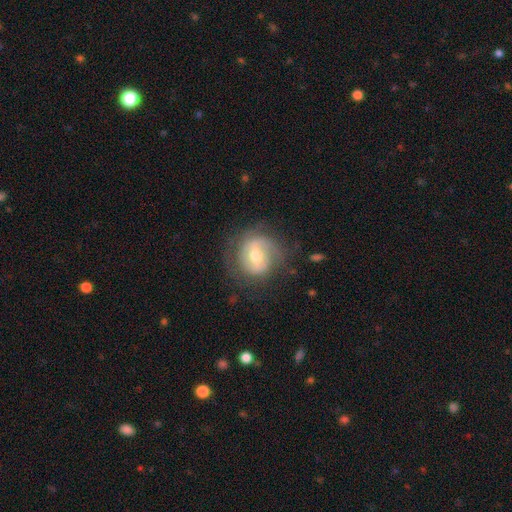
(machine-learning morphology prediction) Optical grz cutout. It shows a featured or disk galaxy (63%) with a weak bar (51%), spiral arms (74%) and a moderate central bulge (70%). Merging: none (68%).